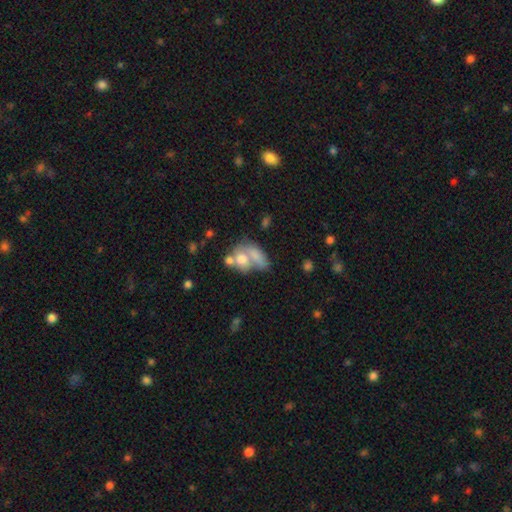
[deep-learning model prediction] Overall: smooth (64%; featured or disk 26%). How rounded: in between (67%; round 30%). Merging: merger (56%; none 19%).